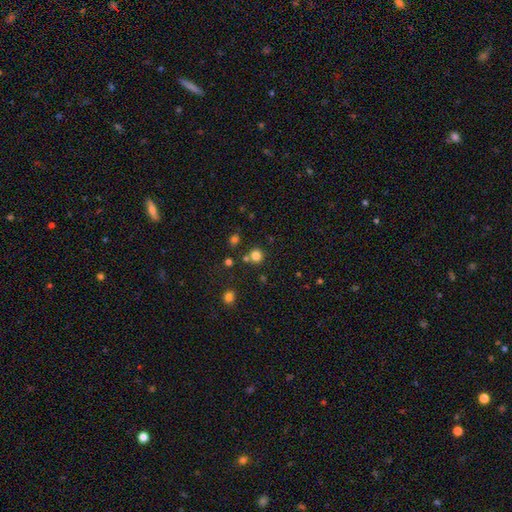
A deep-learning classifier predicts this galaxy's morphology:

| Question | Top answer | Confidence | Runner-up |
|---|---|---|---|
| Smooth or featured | smooth | 79% | star or artifact (16%) |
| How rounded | round | 91% | in between (8%) |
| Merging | none | 77% | merger (12%) |